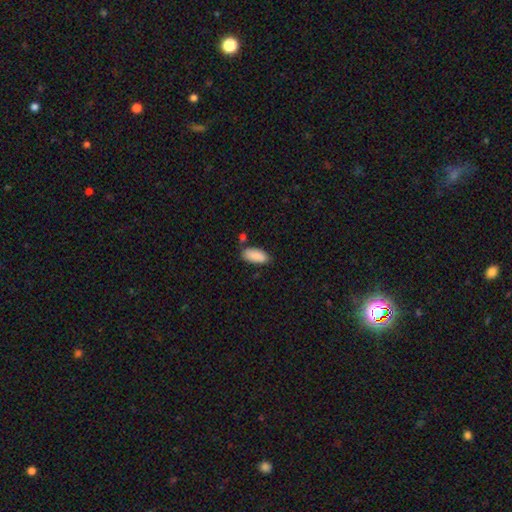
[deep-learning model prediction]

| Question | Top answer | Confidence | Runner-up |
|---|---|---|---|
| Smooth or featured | smooth | 90% | star or artifact (6%) |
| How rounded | in between | 87% | cigar-shaped (11%) |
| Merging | none | 73% | minor disturbance (16%) |